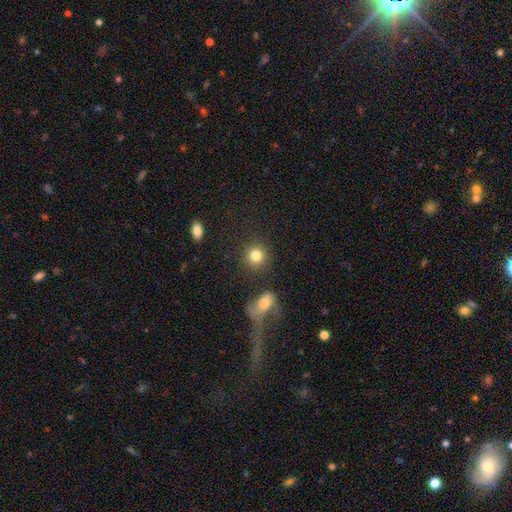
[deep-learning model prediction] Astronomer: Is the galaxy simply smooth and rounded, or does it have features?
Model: smooth — 83%.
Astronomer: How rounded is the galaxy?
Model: round — 89%.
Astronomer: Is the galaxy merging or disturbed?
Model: none — 82%.